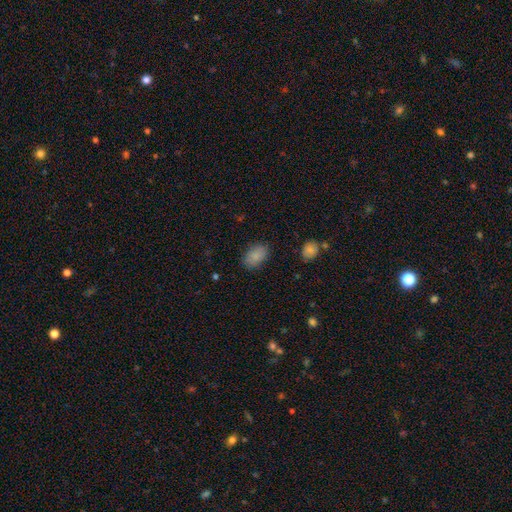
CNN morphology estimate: The model was most divided on "merging": none: 84%, minor disturbance: 12%, major disturbance: 3%, merger: 1%. More confident: how rounded — in between (88%); smooth or featured — smooth (87%).